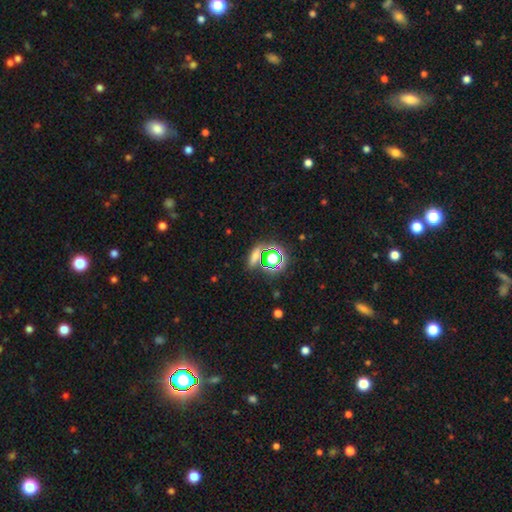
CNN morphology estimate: Overall: smooth (47%; star or artifact 40%). Merging: none (76%).